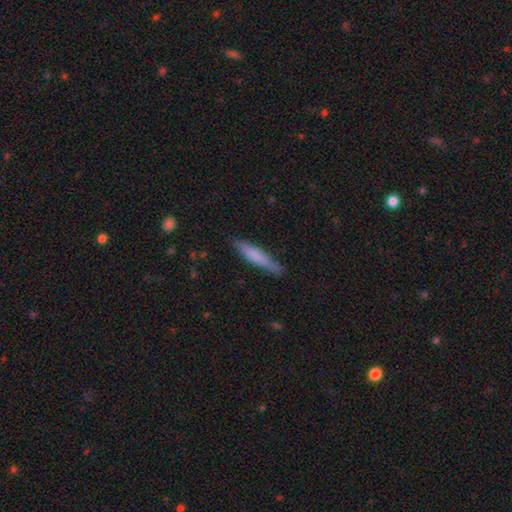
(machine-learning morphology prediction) smooth_or_featured: smooth (p=0.71) [alt: featured or disk p=0.24]
how_rounded: cigar-shaped (p=0.90) [alt: in between p=0.09]
merging: none (p=0.83) [alt: minor disturbance p=0.13]